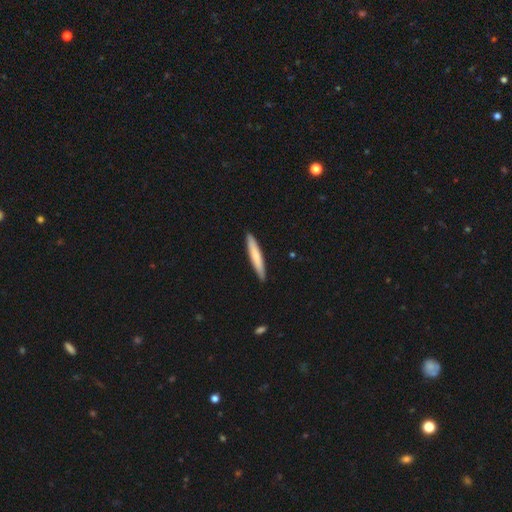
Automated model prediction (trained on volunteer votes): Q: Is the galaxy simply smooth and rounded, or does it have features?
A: smooth — 73%.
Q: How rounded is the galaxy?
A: cigar-shaped — 93%.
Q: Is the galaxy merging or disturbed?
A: none — 90%.